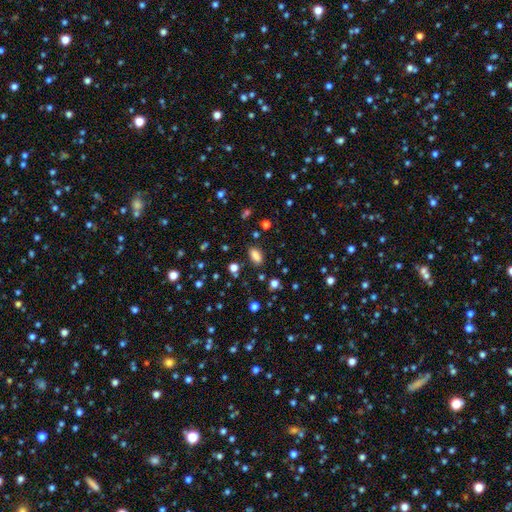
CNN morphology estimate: Smooth or featured? Predicted: smooth (p=0.83). How rounded? Predicted: in between (p=0.89). Merging? Predicted: none (p=0.84).